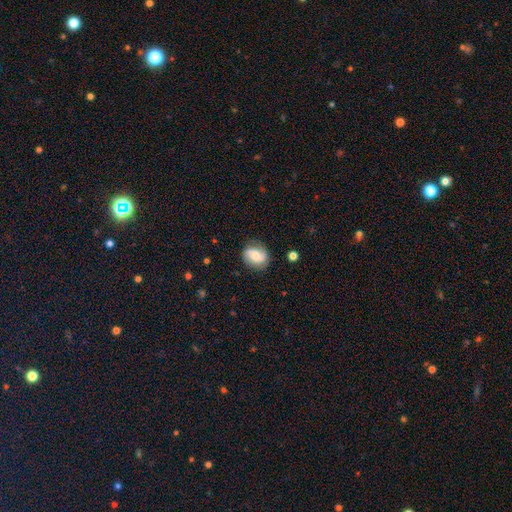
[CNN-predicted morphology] Q: Smooth or featured?
A: featured or disk (54%); runner-up: smooth (38%)
Q: Edge-on disk?
A: no (97%); runner-up: yes (3%)
Q: Bar?
A: no (57%); runner-up: weak (34%)
Q: Spiral arms?
A: yes (89%); runner-up: no (11%)
Q: Bulge size?
A: moderate (44%); runner-up: small (42%)
Q: Merging?
A: none (75%); runner-up: minor disturbance (18%)